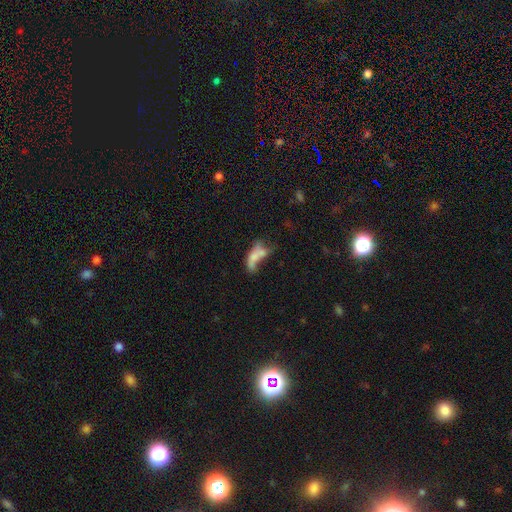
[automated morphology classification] type=smooth (55%); roundness=in between (71%); merging=merger (40%).